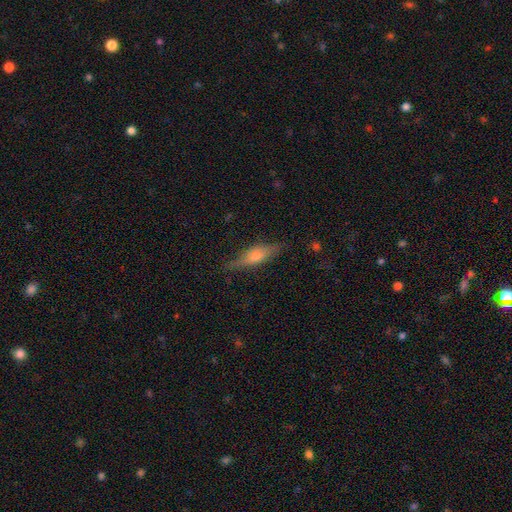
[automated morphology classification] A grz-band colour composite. It shows a featured or disk galaxy (55%) viewed edge-on (92%) with a rounded central bulge (77%). Merging: none (81%).